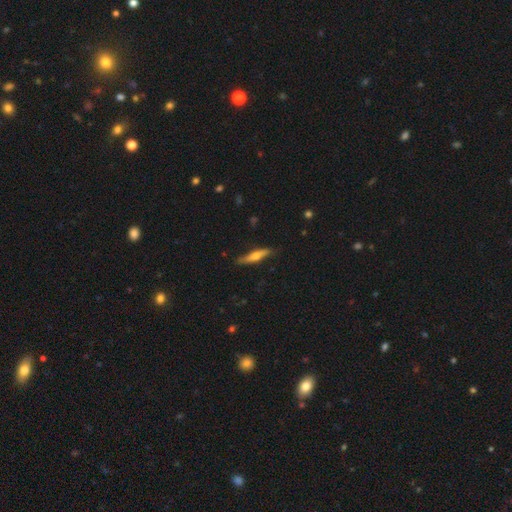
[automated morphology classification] A featured or disk galaxy (48%).

Vote fractions:
- Smooth or featured? featured or disk: 48% / smooth: 47% / star or artifact: 6%
- Merging? none: 83% / minor disturbance: 13% / major disturbance: 2% / merger: 1%